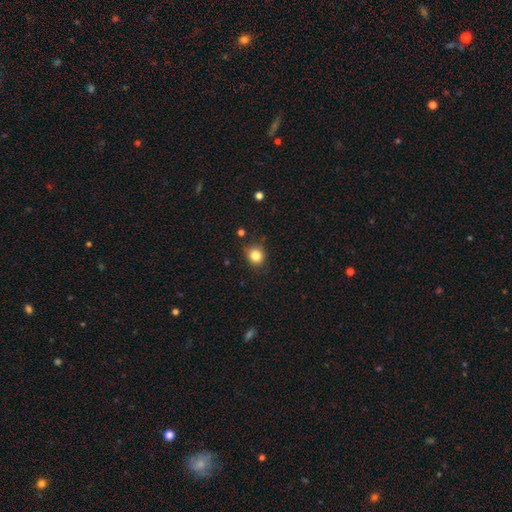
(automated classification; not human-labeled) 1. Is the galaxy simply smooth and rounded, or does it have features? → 83% smooth, 11% star or artifact, 5% featured or disk.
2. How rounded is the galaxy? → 83% round, 16% in between, 1% cigar-shaped.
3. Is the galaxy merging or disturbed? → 84% none, 12% minor disturbance, 3% major disturbance, 2% merger.